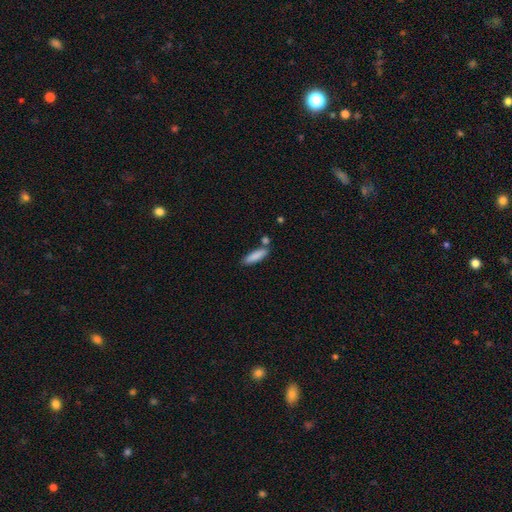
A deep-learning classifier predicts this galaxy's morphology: Q: Smooth or featured?
A: smooth (86%); runner-up: featured or disk (8%)
Q: How rounded?
A: cigar-shaped (62%); runner-up: in between (36%)
Q: Merging?
A: none (74%); runner-up: minor disturbance (13%)